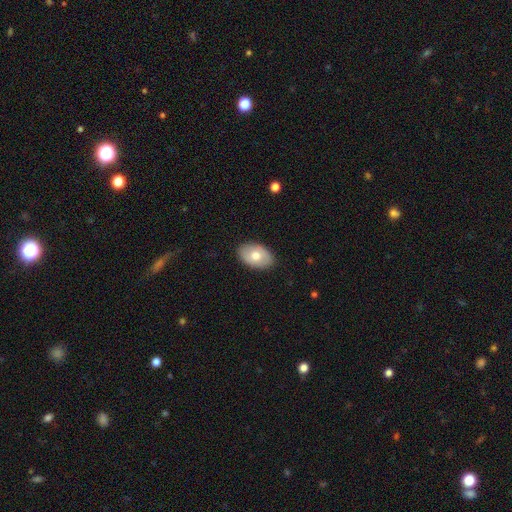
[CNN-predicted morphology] Overall: smooth (69%). How rounded: in between (90%). Merging: none (87%).